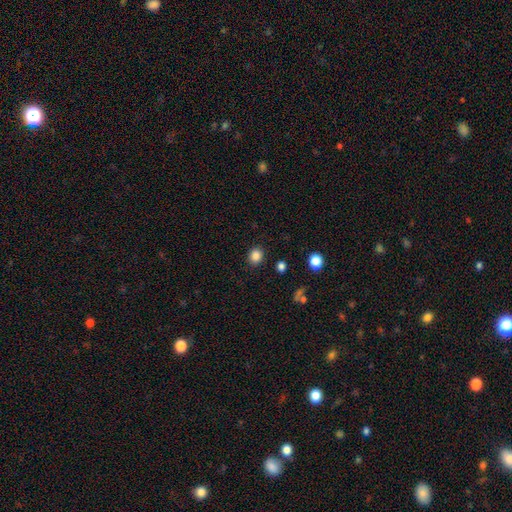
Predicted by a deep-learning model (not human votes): smooth_or_featured: smooth (p=0.85) [alt: star or artifact p=0.11]
how_rounded: round (p=0.71) [alt: in between p=0.28]
merging: none (p=0.88) [alt: minor disturbance p=0.08]